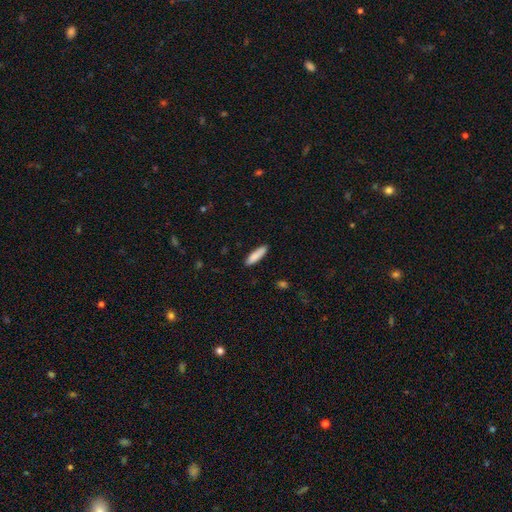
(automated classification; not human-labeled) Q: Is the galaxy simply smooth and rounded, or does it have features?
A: smooth — 87%.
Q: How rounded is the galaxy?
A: cigar-shaped — 69%.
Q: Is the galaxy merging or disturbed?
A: none — 88%.